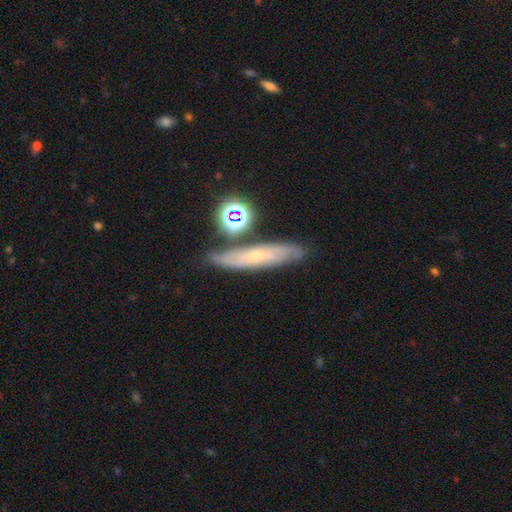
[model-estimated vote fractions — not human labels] A featured or disk galaxy (55%). Merging: none (70%).